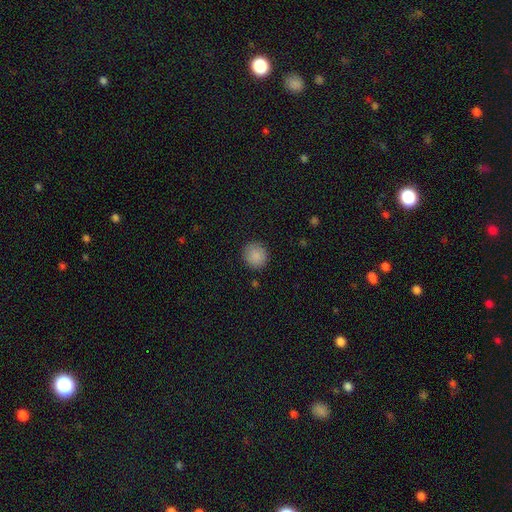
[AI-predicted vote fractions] This appears to be a smooth galaxy with no disk features (88%) that is round (90%). Merging: none (89%).